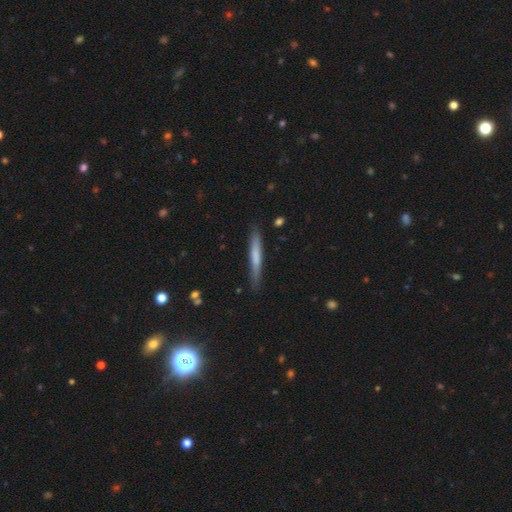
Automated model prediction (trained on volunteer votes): This is likely a smooth galaxy (64%). How rounded: clearly cigar-shaped (95%). Merging: clearly none (83%).